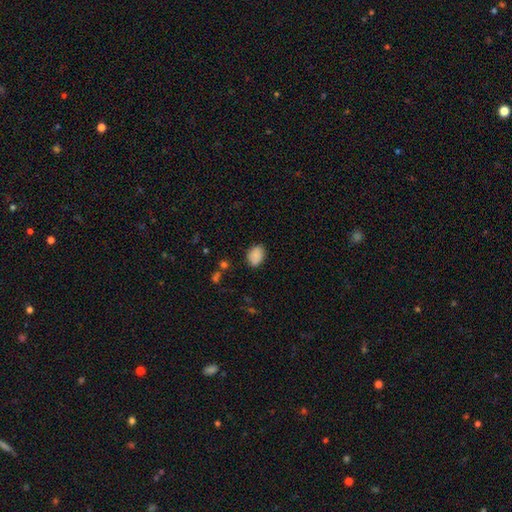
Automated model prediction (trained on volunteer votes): This appears to be a smooth galaxy with no disk features (85%) that is in between round and cigar-shaped (73%). Merging: none (74%).